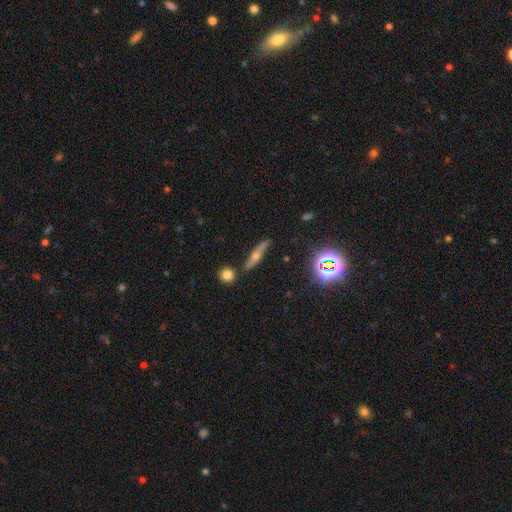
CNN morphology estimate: type=featured or disk (56%); edge-on=yes (86%); merging=none (80%).